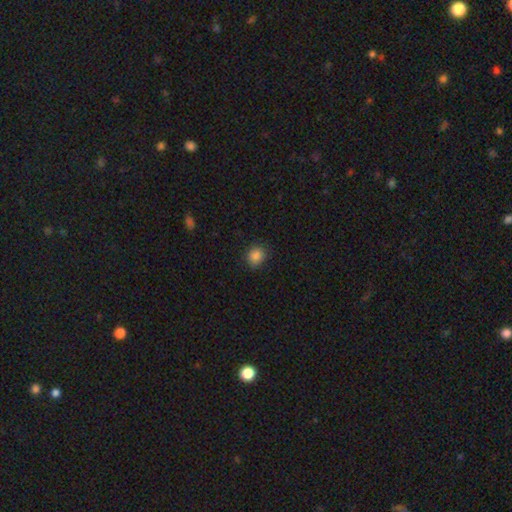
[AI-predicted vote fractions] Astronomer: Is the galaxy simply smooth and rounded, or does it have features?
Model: smooth — 86%.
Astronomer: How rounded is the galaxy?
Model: round — 69%.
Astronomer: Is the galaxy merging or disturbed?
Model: none — 82%.